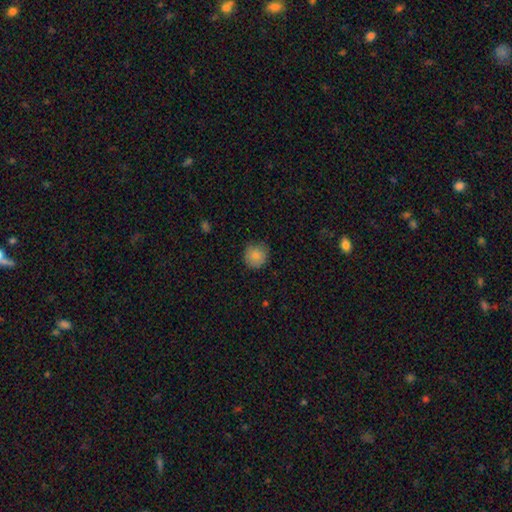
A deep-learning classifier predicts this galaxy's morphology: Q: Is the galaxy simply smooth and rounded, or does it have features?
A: smooth — 85%.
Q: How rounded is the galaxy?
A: round — 91%.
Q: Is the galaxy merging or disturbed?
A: none — 81%.